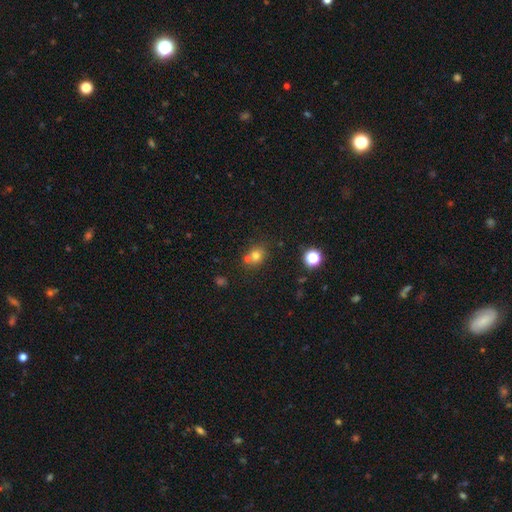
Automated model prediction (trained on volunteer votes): smooth 73%, star or artifact 17%, featured or disk 10%. Down the decision tree: how rounded — round (73%); merging — none (58%).